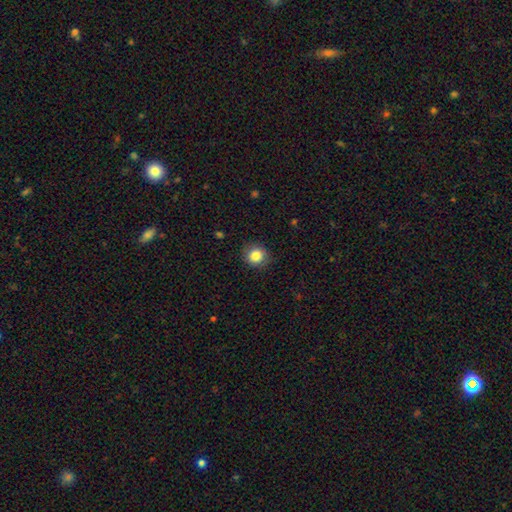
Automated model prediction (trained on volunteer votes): A smooth galaxy with no disk features (85%) that is round (87%). Merging: none (87%).